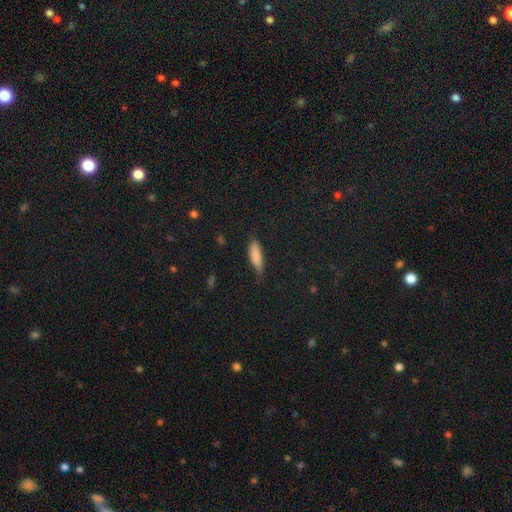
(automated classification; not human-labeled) Smooth or featured?
  - smooth: 85% *
  - featured or disk: 8%
  - star or artifact: 7%
How rounded?
  - cigar-shaped: 50% *
  - in between: 49%
  - round: 2%
Merging?
  - none: 70% *
  - minor disturbance: 24%
  - major disturbance: 5%
  - merger: 2%